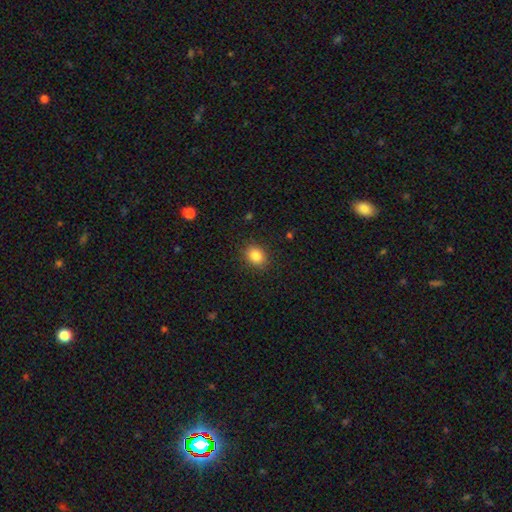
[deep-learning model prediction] This appears to be a smooth galaxy with no disk features (85%) that is in between round and cigar-shaped (50%). Merging: none (88%).